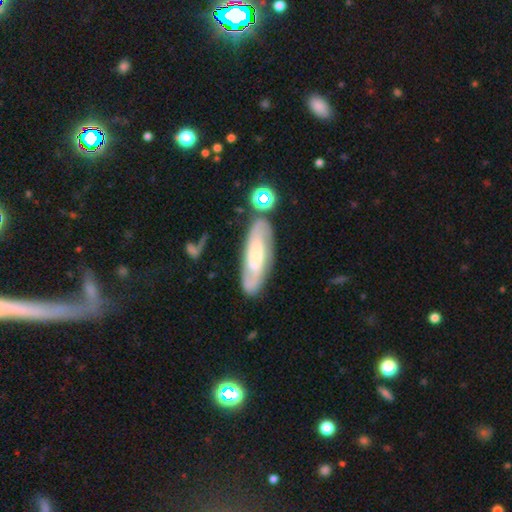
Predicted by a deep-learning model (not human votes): The model was most divided on "bulge size": moderate: 41%, small: 36%, large: 15%, none: 6%, dominant: 2%. More confident: spiral arms — yes (88%); edge-on disk — no (83%); merging — none (74%); smooth or featured — featured or disk (66%); bar — no (54%).